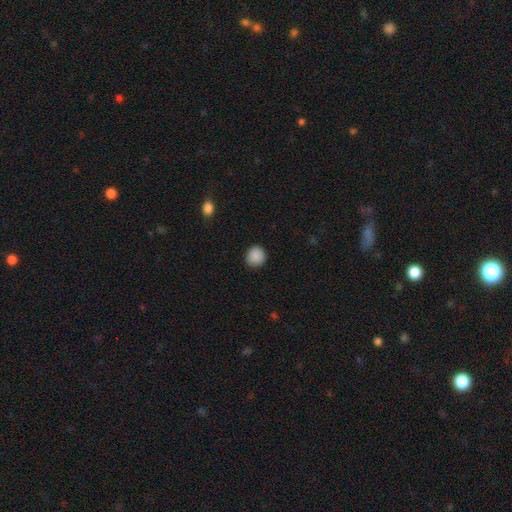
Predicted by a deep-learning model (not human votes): This appears to be a smooth galaxy with no disk features (89%) that is round (89%). Merging: none (89%).